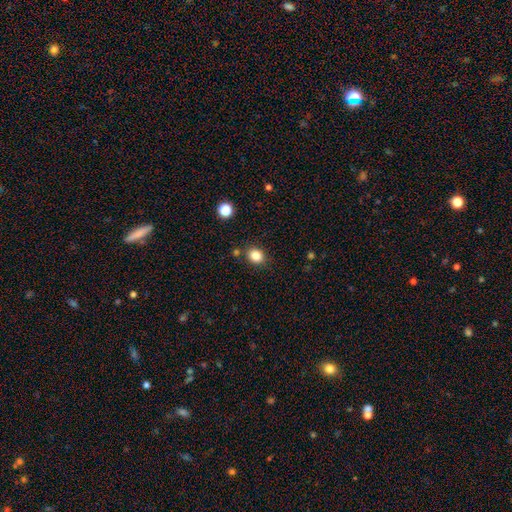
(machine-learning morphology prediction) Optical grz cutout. It shows a smooth galaxy with no disk features (84%) that is round (61%). Merging: none (82%).